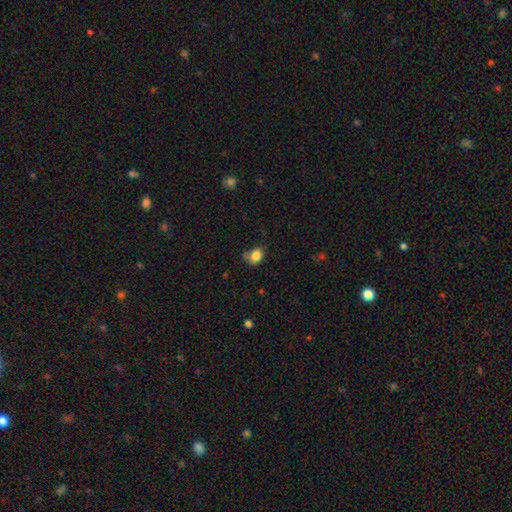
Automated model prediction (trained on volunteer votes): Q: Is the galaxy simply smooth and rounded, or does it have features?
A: smooth — 84%.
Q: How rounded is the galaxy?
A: in between — 55%.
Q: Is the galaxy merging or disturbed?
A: none — 56%.